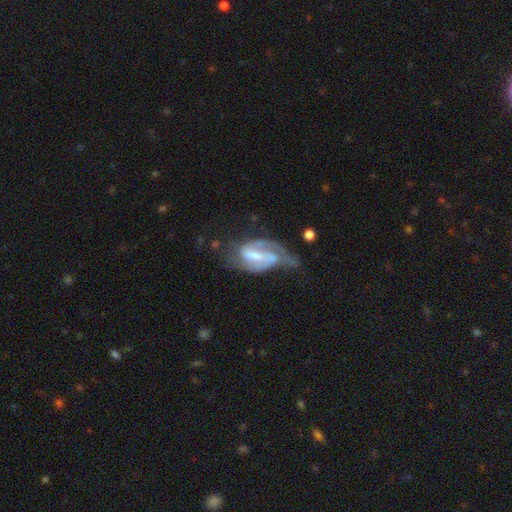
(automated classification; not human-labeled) smooth-or-featured: featured or disk: 86% | smooth: 9% | star or artifact: 5%
  disk-edge-on: no: 97% | yes: 3%
    bar: weak: 45% | strong: 42% | no: 13%
    has-spiral-arms: yes: 95% | no: 5%
      spiral-winding: medium: 51% | tight: 27% | loose: 23%
      spiral-arm-count: 2: 80% | 1: 9% | can't tell: 6% | 3: 2% | 4: 1% | more than 4: 1%
    bulge-size: small: 43% | moderate: 42% | none: 9% | large: 5% | dominant: 1%
  merging: none: 43% | minor disturbance: 27% | major disturbance: 25% | merger: 5%